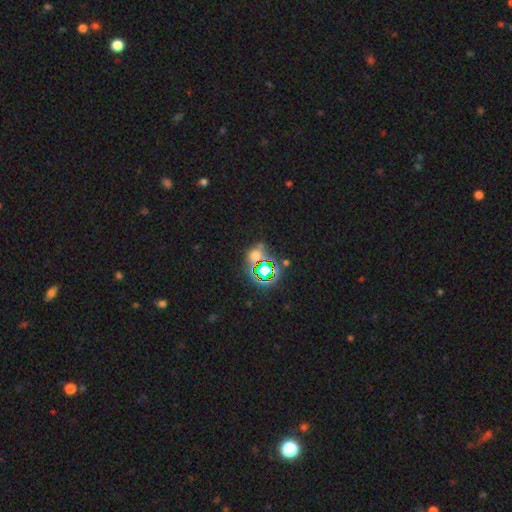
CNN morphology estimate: smooth-or-featured: star or artifact: 53% | smooth: 37% | featured or disk: 10%